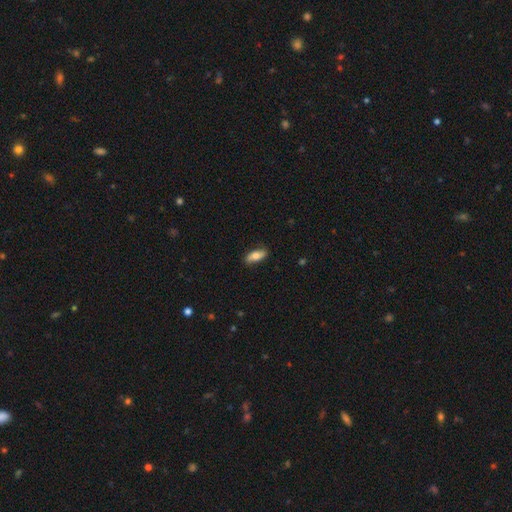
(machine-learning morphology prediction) type=smooth (74%); roundness=in between (76%); merging=none (85%).